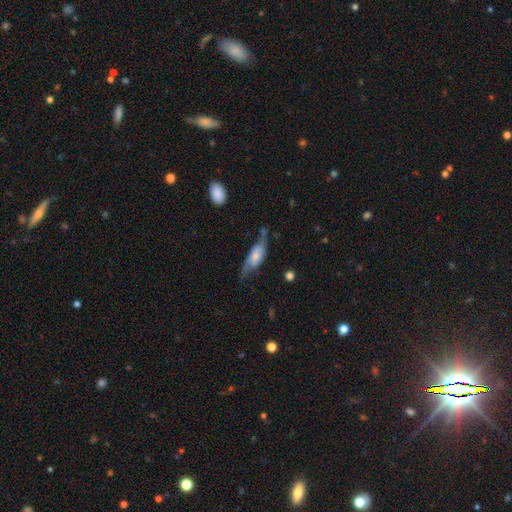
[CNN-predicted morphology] A featured or disk galaxy (53%).

Vote fractions:
- Smooth or featured? featured or disk: 53% / smooth: 40% / star or artifact: 7%
- Edge-on disk? no: 74% / yes: 26%
- Merging? none: 50% / minor disturbance: 30% / major disturbance: 17% / merger: 4%